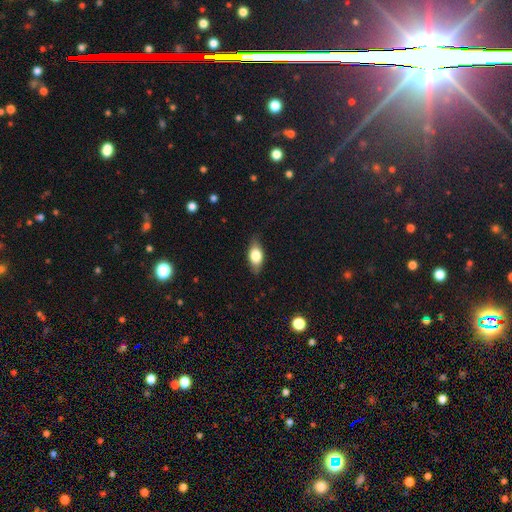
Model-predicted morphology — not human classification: This is likely a smooth galaxy (68%). How rounded: clearly in between (82%). Merging: clearly none (81%).